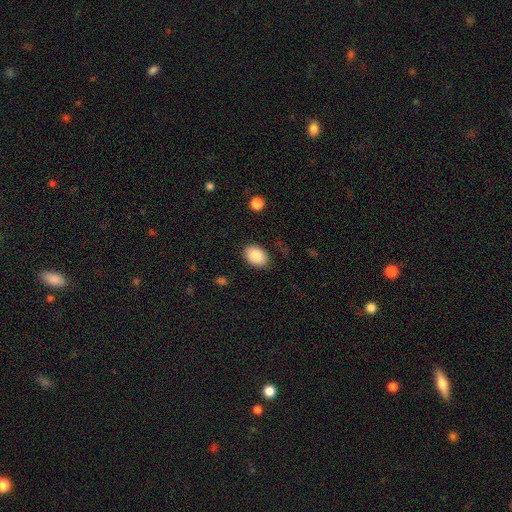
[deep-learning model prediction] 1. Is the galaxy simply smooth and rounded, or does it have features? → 86% smooth, 7% featured or disk, 7% star or artifact.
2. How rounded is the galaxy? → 85% in between, 14% round, 1% cigar-shaped.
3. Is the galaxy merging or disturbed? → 87% none, 9% minor disturbance, 2% major disturbance, 1% merger.